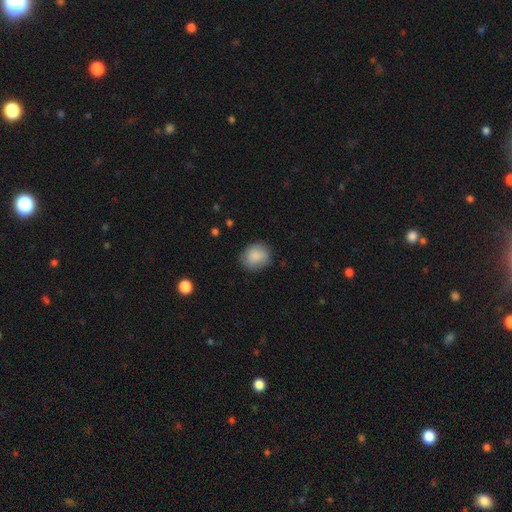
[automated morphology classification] Smooth or featured? smooth (88%)
How rounded? round (66%)
Merging? none (82%)